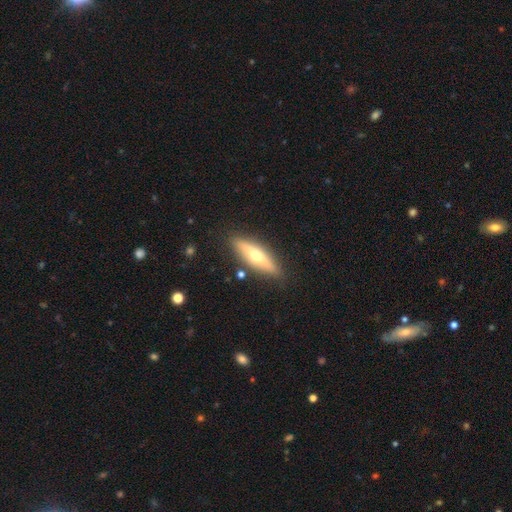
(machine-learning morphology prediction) Smooth or featured? Predicted: featured or disk (p=0.51). Edge-on disk? Predicted: yes (p=0.85). Merging? Predicted: none (p=0.87).